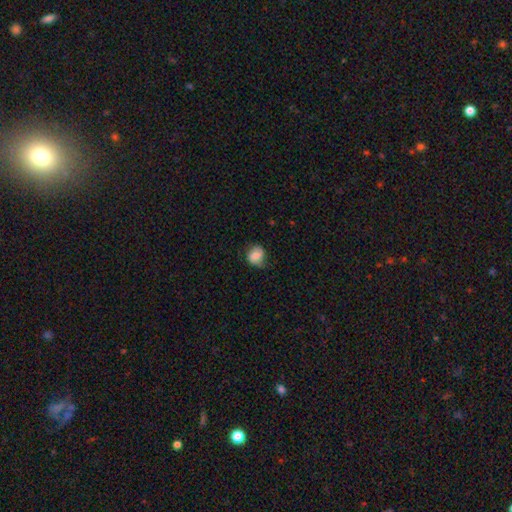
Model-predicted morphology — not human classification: This is likely a smooth galaxy (68%). How rounded: likely round (71%). Merging: likely none (62%).